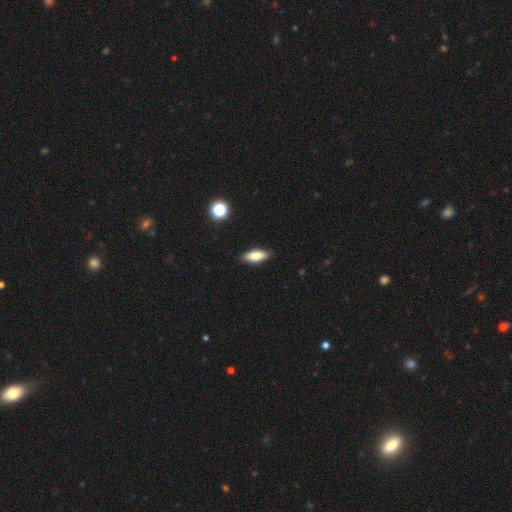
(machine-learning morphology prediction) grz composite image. It shows a smooth galaxy with no disk features (79%) that is in between round and cigar-shaped (72%). Merging: none (87%).